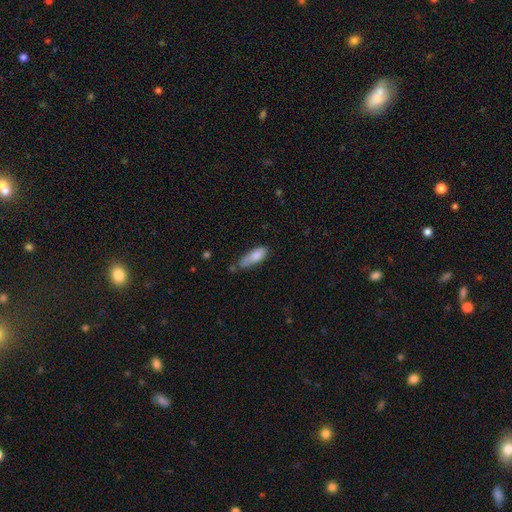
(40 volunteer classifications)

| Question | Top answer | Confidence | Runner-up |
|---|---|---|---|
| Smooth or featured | smooth | 85% | featured or disk (12%) |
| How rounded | in between | 62% | cigar-shaped (38%) |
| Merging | minor disturbance | 41% | none (31%) |